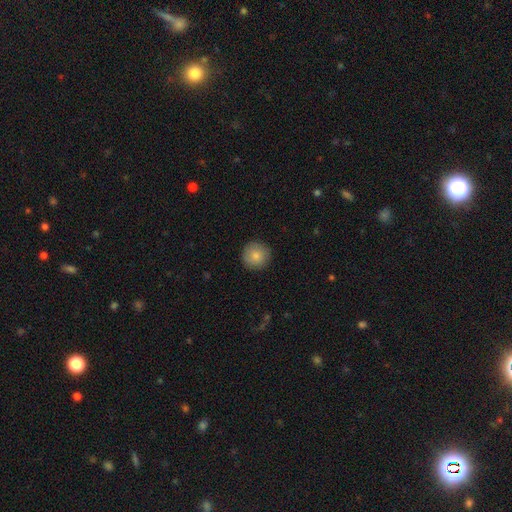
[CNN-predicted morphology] smooth 84%, star or artifact 8%, featured or disk 8%. Down the decision tree: how rounded — round (95%); merging — none (90%).